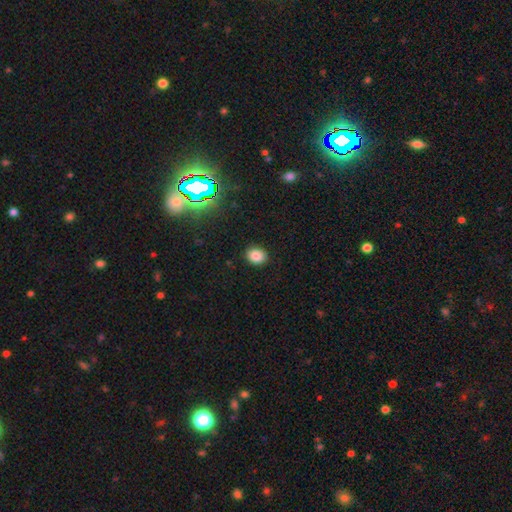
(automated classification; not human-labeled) smooth_or_featured: smooth (p=0.84) [alt: star or artifact p=0.11]
how_rounded: in between (p=0.51) [alt: round p=0.48]
merging: none (p=0.90) [alt: minor disturbance p=0.07]